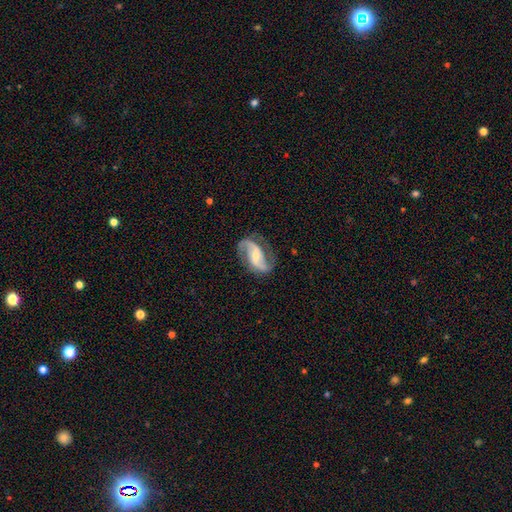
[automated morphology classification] type=featured or disk (89%); edge-on=no (97%); bar=weak (42%); spiral arms=yes (97%); winding=loose (51%); arm count=2 (93%); bulge=small (53%); merging=none (77%).